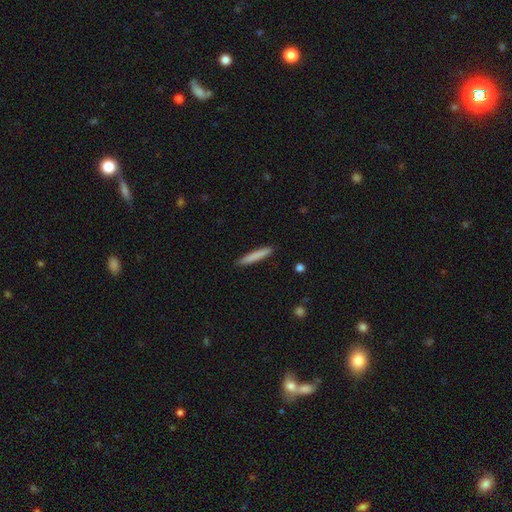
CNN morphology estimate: Q: Smooth or featured?
A: smooth (81%); runner-up: featured or disk (13%)
Q: How rounded?
A: cigar-shaped (94%); runner-up: in between (4%)
Q: Merging?
A: none (90%); runner-up: minor disturbance (7%)